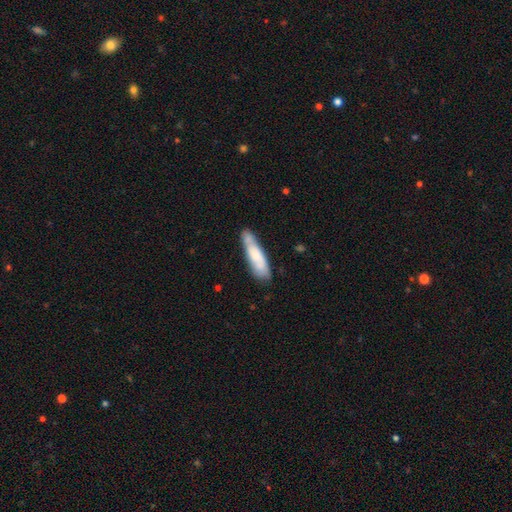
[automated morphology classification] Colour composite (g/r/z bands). It shows a smooth galaxy with no disk features (63%) that is cigar-shaped (69%). Merging: none (63%).